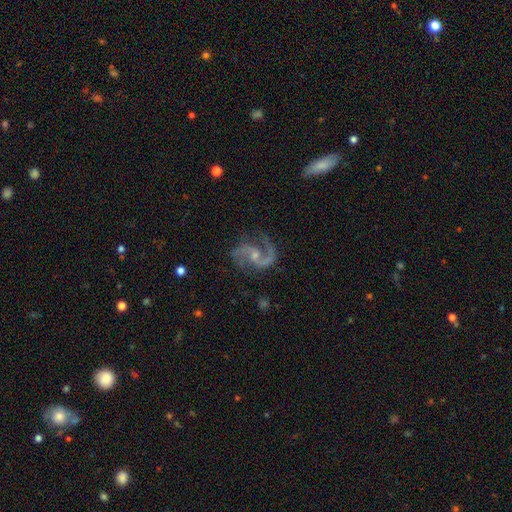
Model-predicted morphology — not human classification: Smooth or featured: featured or disk — 91% (star or artifact — 5%)
Edge-on disk: no — 98% (yes — 2%)
Bar: no — 49% (weak — 39%)
Spiral arms: yes — 98% (no — 2%)
Spiral winding: medium — 54% (loose — 36%)
Spiral arm count: 2 — 92% (1 — 2%)
Bulge size: small — 60% (moderate — 31%)
Merging: none — 73% (minor disturbance — 16%)